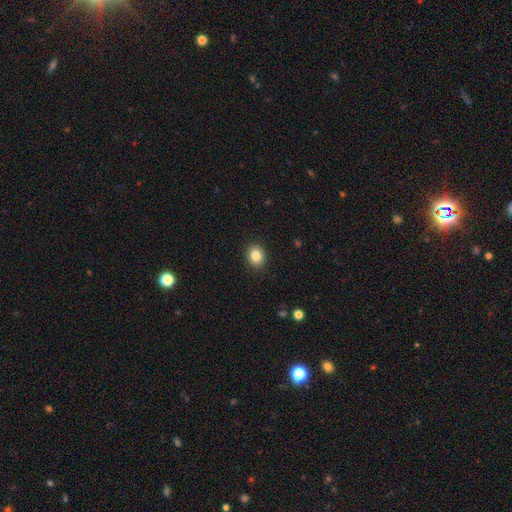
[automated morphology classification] Overall: smooth (85%). How rounded: round (59%; in between 41%). Merging: none (91%).